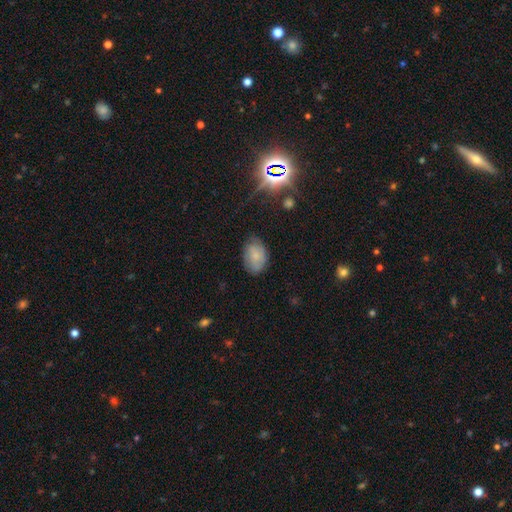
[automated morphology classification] Smooth or featured? Predicted: smooth (p=0.70). How rounded? Predicted: in between (p=0.89). Merging? Predicted: none (p=0.74).